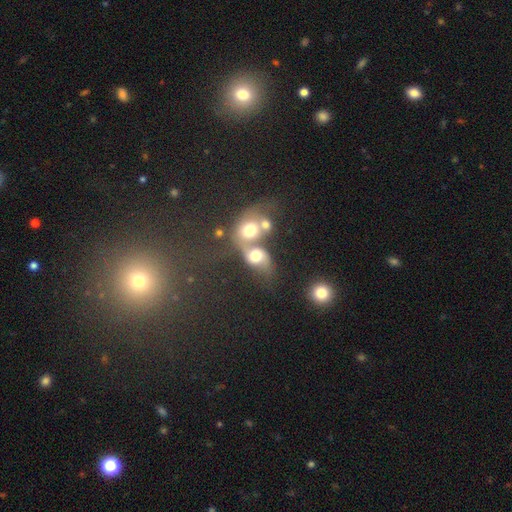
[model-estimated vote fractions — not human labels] This is possibly a smooth galaxy (45%). Merging: likely merger (65%).